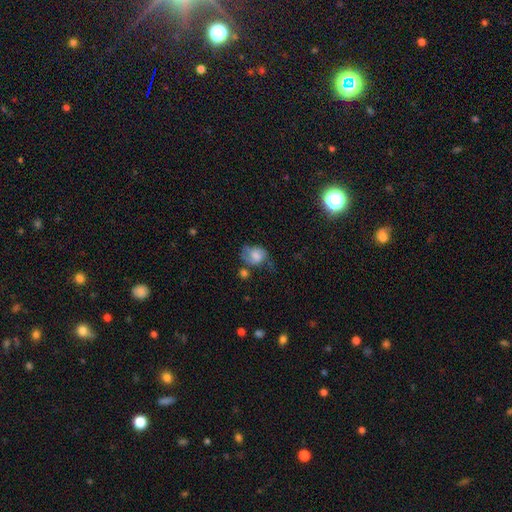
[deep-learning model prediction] smooth 52%, featured or disk 39%, star or artifact 10%. Down the decision tree: how rounded — in between (58%); merging — none (38%).